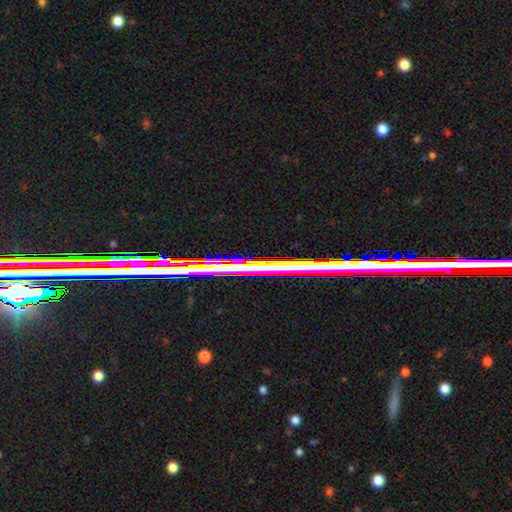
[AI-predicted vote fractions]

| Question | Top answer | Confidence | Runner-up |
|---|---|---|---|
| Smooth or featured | star or artifact | 52% | featured or disk (34%) |